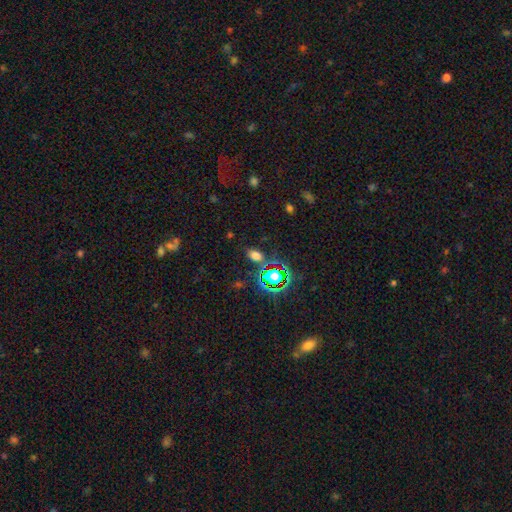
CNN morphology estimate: Smooth or featured: smooth — 64% (star or artifact — 28%)
How rounded: in between — 81% (round — 16%)
Merging: none — 80% (minor disturbance — 11%)